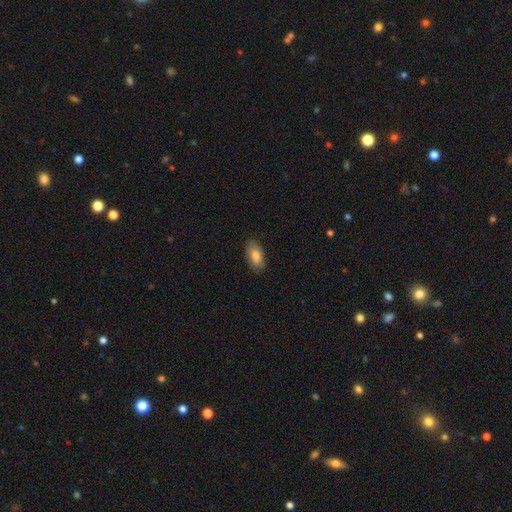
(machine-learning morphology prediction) smooth 81%, featured or disk 12%, star or artifact 6%. Down the decision tree: how rounded — in between (93%); merging — none (83%).